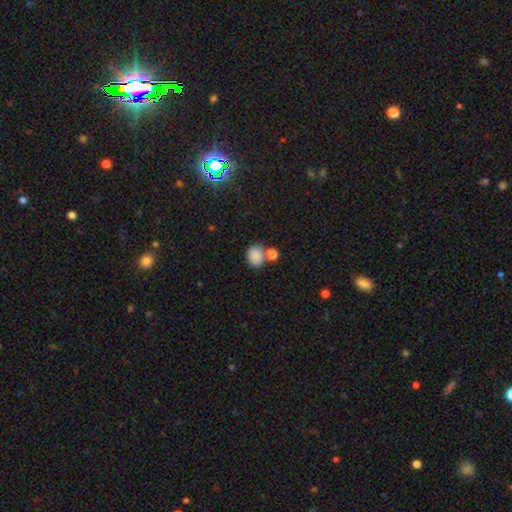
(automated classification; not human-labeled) Smooth or featured? Predicted: smooth (p=0.84). How rounded? Predicted: round (p=0.60). Merging? Predicted: none (p=0.65).